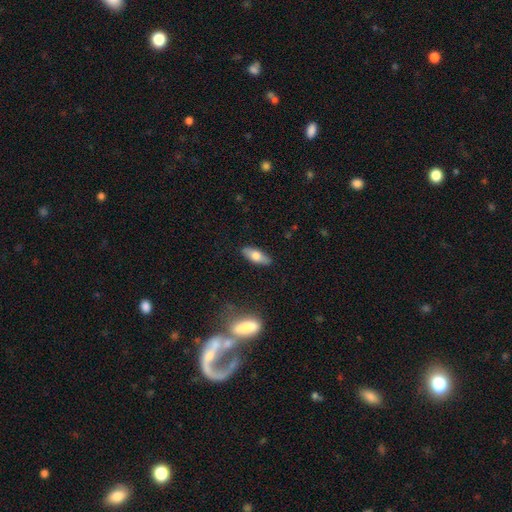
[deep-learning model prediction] A smooth galaxy with no disk features (70%) that is in between round and cigar-shaped (70%).

Vote fractions:
- Smooth or featured? smooth: 70% / featured or disk: 24% / star or artifact: 6%
- How rounded? in between: 70% / cigar-shaped: 28% / round: 3%
- Merging? none: 87% / minor disturbance: 10% / major disturbance: 2% / merger: 1%